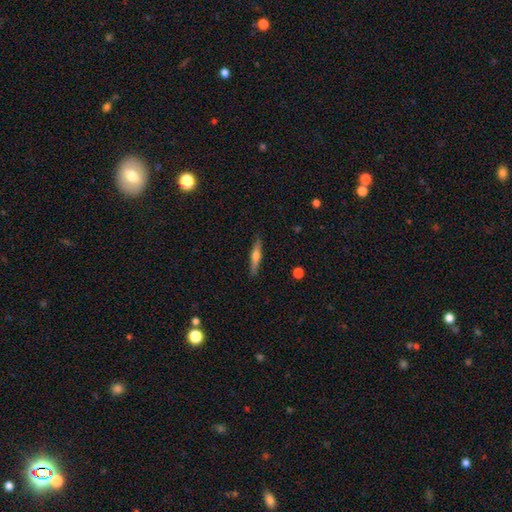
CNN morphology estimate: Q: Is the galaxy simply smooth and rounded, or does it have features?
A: featured or disk — 48%.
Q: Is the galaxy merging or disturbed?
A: none — 88%.